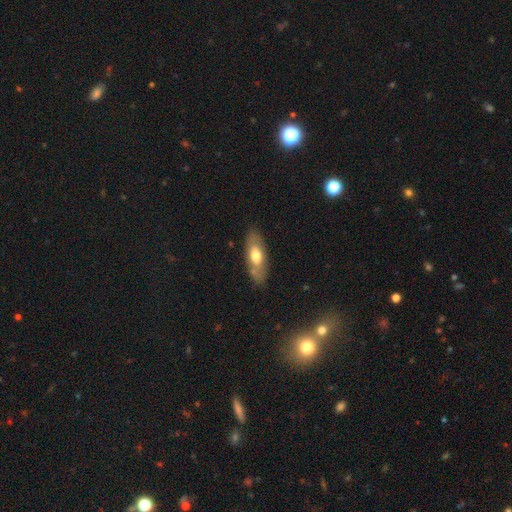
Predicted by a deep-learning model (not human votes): smooth_or_featured: smooth (p=0.60) [alt: featured or disk p=0.34]
how_rounded: in between (p=0.75) [alt: cigar-shaped p=0.22]
merging: none (p=0.78) [alt: minor disturbance p=0.14]